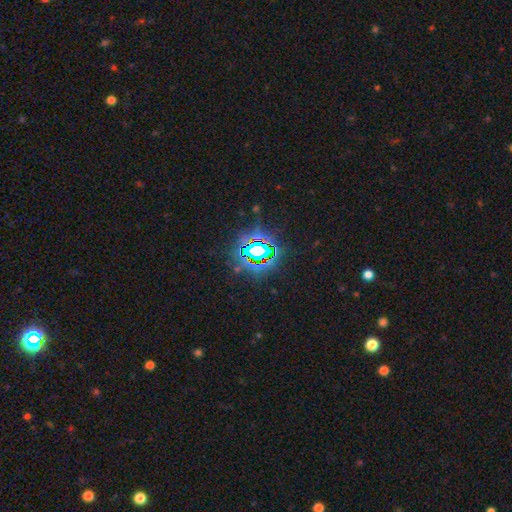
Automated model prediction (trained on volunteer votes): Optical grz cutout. It shows a star or artifact, not a galaxy (79%).